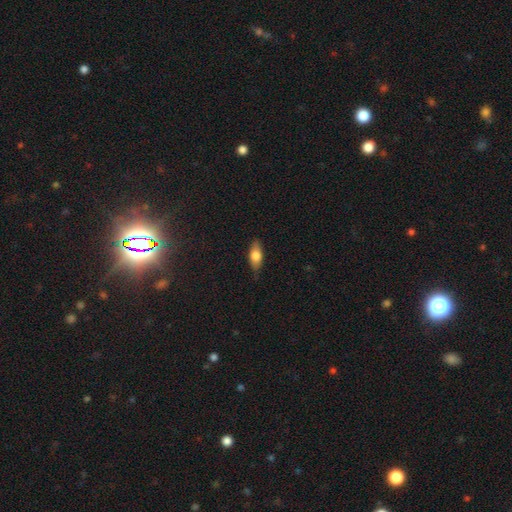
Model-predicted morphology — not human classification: Overall: smooth (73%). How rounded: in between (80%). Merging: none (82%).